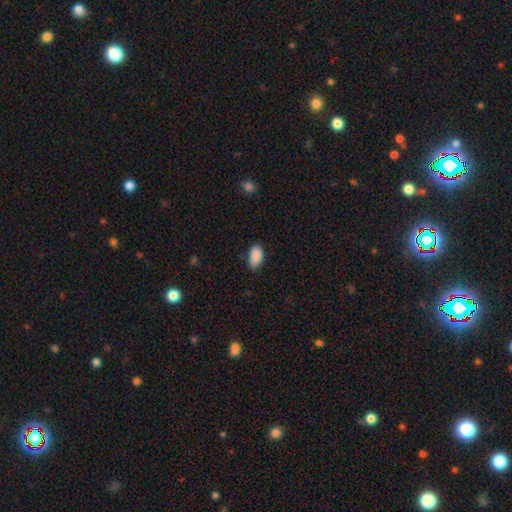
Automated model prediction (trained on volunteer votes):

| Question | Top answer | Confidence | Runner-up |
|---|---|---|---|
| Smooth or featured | smooth | 89% | star or artifact (7%) |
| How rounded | in between | 93% | round (4%) |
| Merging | none | 75% | minor disturbance (21%) |